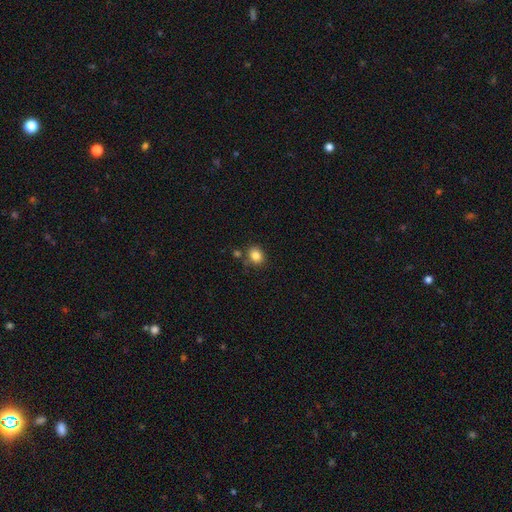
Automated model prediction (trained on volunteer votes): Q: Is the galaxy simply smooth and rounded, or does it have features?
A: smooth — 84%.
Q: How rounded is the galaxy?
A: round — 67%.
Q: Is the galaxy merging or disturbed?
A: none — 77%.